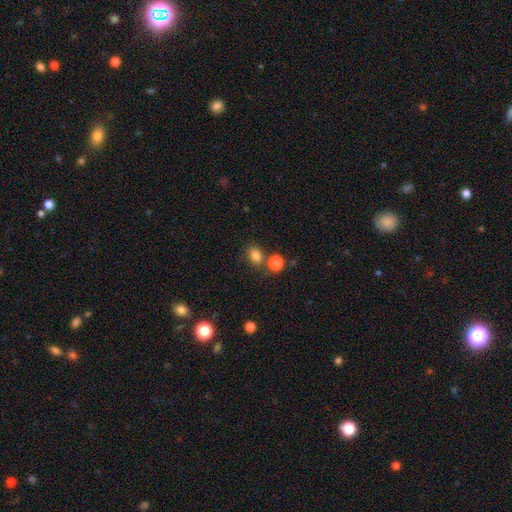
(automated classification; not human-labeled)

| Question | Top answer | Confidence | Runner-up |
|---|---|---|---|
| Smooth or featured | smooth | 81% | star or artifact (13%) |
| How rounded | in between | 52% | round (47%) |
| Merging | none | 66% | merger (18%) |